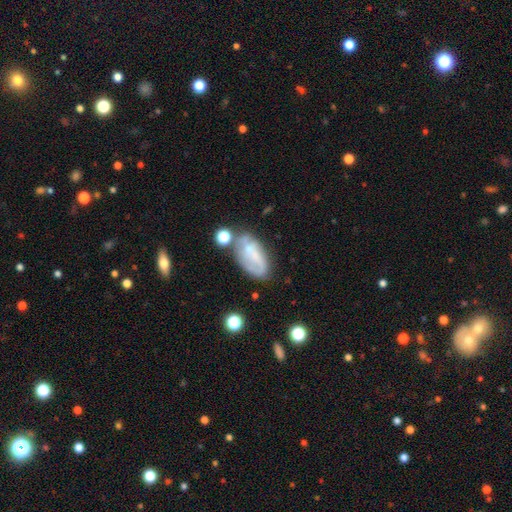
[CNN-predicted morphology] This appears to be a featured or disk galaxy (46%). Merging: none (44%).